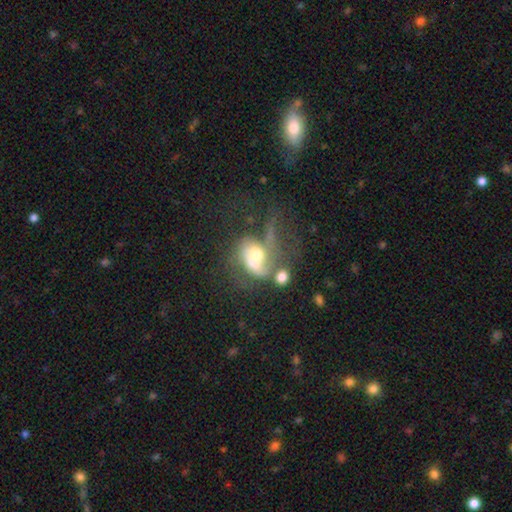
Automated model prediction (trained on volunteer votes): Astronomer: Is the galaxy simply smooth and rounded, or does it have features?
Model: featured or disk — 49% (runner-up: smooth, 37%).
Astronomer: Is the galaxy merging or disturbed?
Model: merger — 50%.